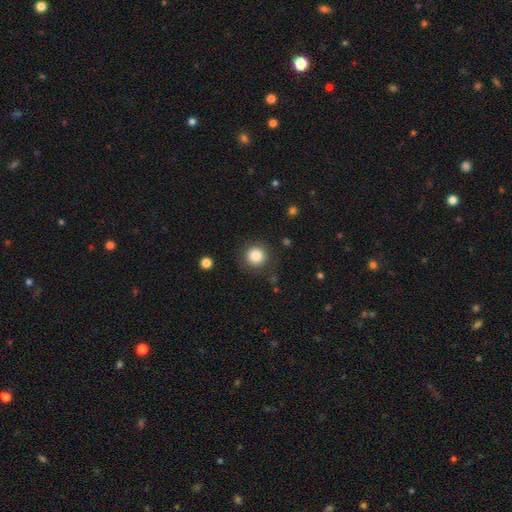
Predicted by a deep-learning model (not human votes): Smooth or featured? smooth (85%)
How rounded? round (94%)
Merging? none (87%)